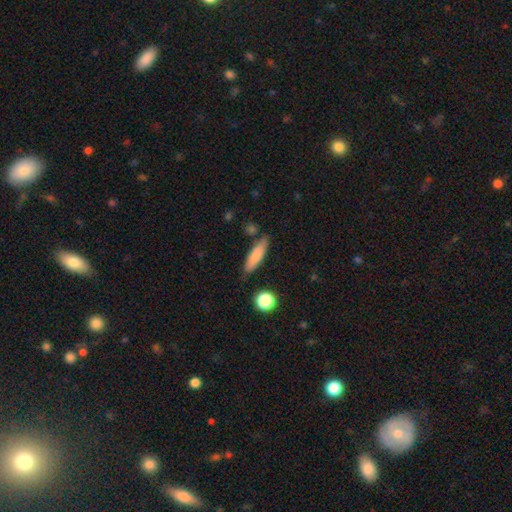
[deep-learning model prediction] This is clearly a smooth galaxy (81%). How rounded: likely cigar-shaped (65%). Merging: likely none (79%).